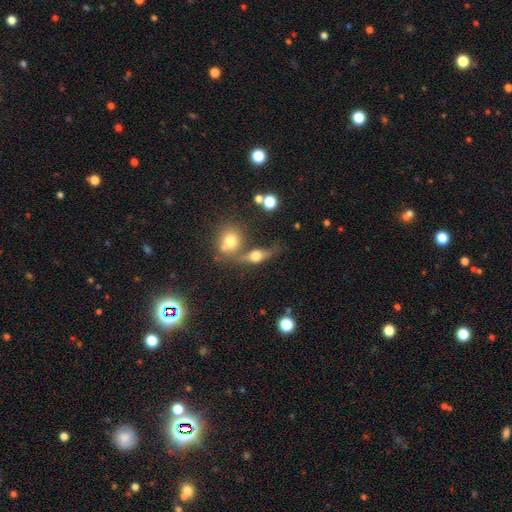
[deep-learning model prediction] This is possibly a smooth galaxy (51%). How rounded: possibly in between (55%). Merging: marginally none (41%).